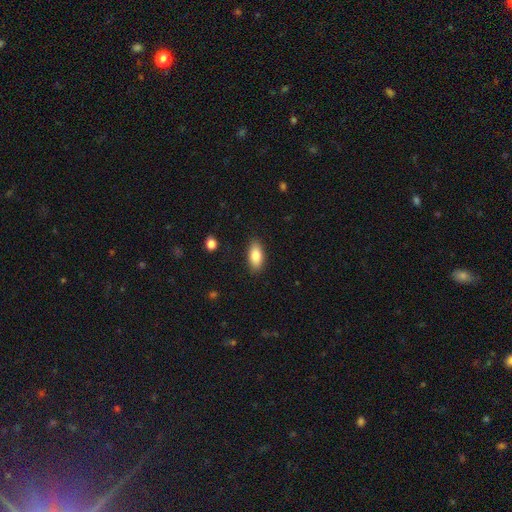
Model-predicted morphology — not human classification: This appears to be a smooth galaxy with no disk features (83%) that is in between round and cigar-shaped (86%). Merging: none (88%).